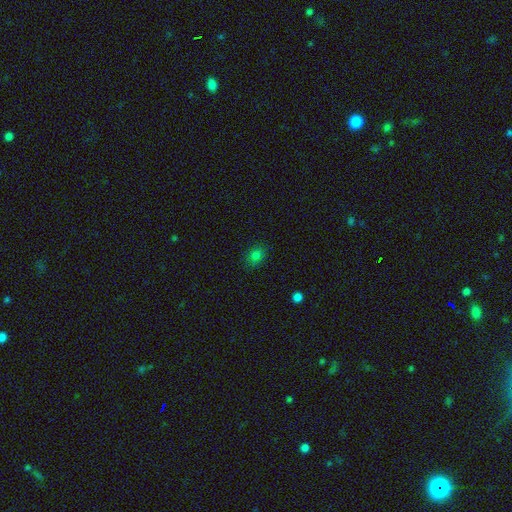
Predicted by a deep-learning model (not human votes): Morphology: type=smooth (78%); roundness=round (54%); merging=none (85%).